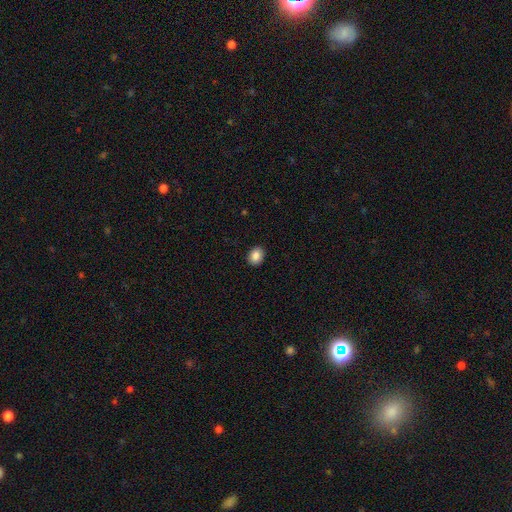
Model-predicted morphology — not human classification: smooth-or-featured: smooth: 86% | star or artifact: 9% | featured or disk: 5%
  how-rounded: in between: 52% | round: 47% | cigar-shaped: 1%
  merging: none: 91% | minor disturbance: 6% | major disturbance: 2% | merger: 1%